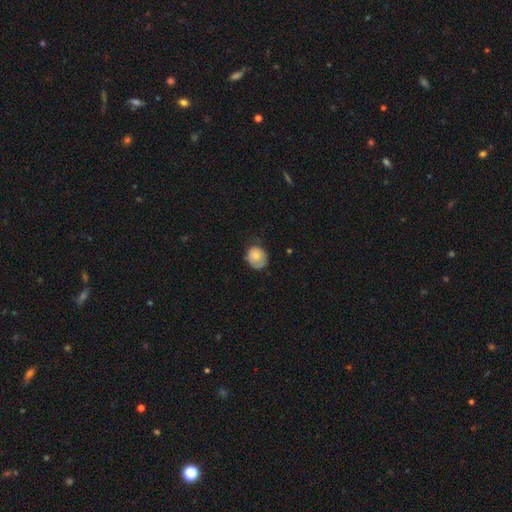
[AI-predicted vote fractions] smooth 69%, featured or disk 23%, star or artifact 7%. Down the decision tree: how rounded — round (71%); merging — none (55%).